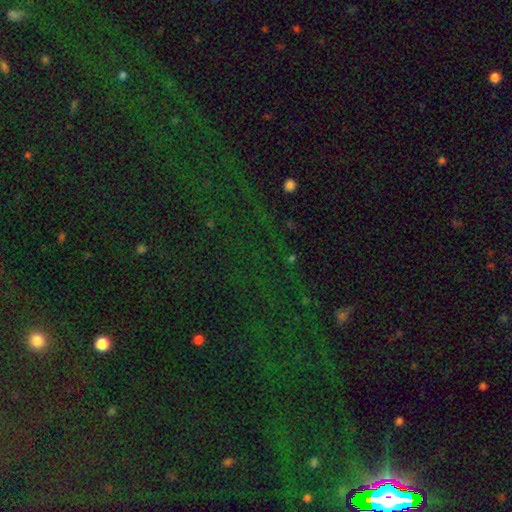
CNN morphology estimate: This appears to be a star or artifact, not a galaxy (79%).